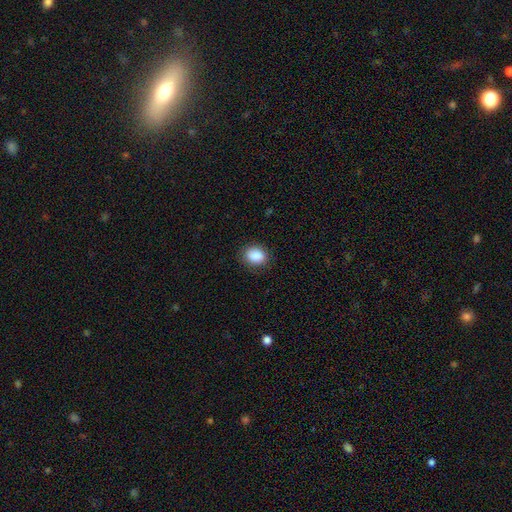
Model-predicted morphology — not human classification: A smooth galaxy with no disk features (88%) that is round (50%).

Vote fractions:
- Smooth or featured? smooth: 88% / star or artifact: 8% / featured or disk: 4%
- How rounded? round: 50% / in between: 49% / cigar-shaped: 1%
- Merging? none: 86% / minor disturbance: 10% / major disturbance: 3% / merger: 1%